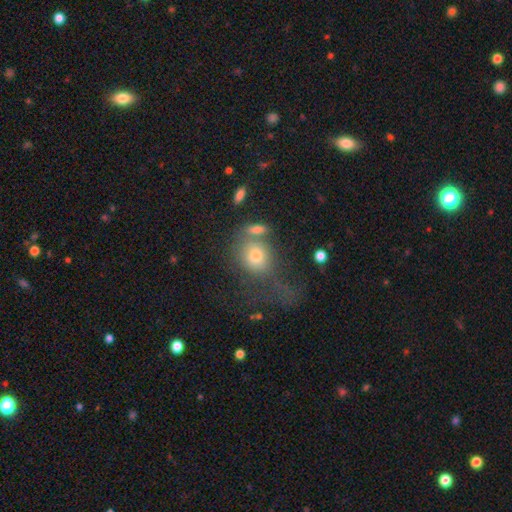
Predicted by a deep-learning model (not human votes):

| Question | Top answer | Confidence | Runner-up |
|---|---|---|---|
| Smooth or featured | smooth | 70% | featured or disk (17%) |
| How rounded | round | 58% | in between (39%) |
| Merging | none | 32% | major disturbance (28%) |